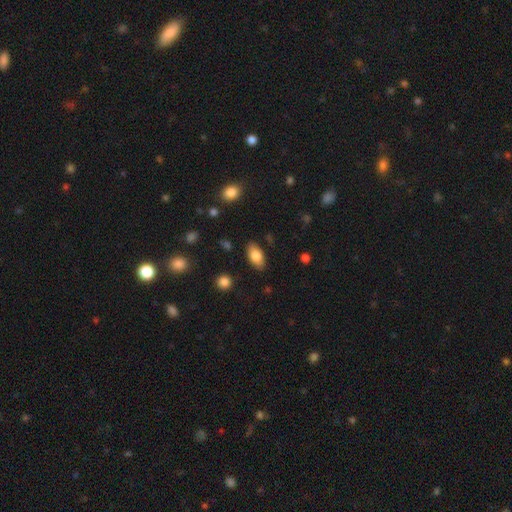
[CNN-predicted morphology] Overall: smooth (80%). How rounded: in between (92%). Merging: none (86%).